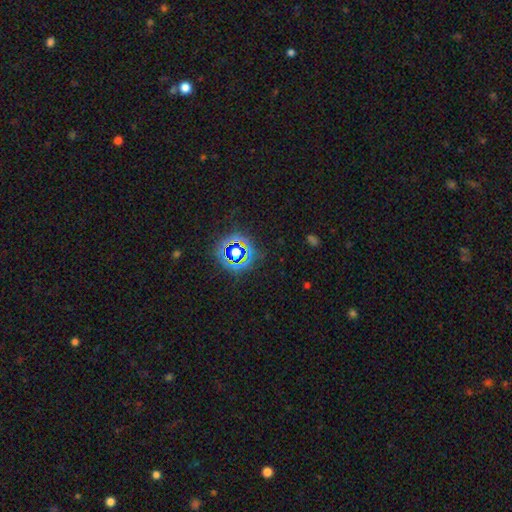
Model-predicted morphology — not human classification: This is likely a star or artifact rather than a galaxy (77%).